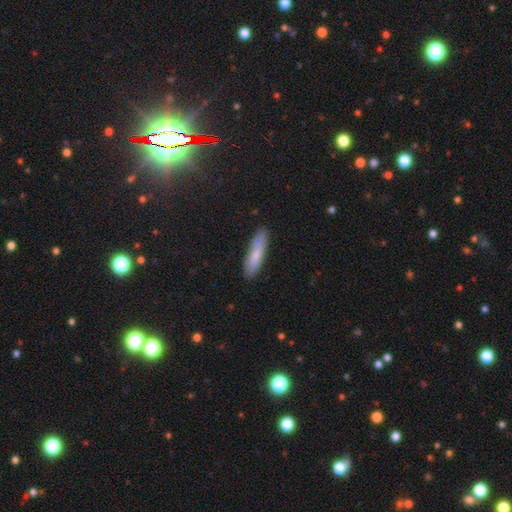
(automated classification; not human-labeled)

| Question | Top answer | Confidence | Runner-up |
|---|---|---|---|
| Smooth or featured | smooth | 75% | featured or disk (18%) |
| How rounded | cigar-shaped | 67% | in between (31%) |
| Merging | none | 78% | minor disturbance (16%) |